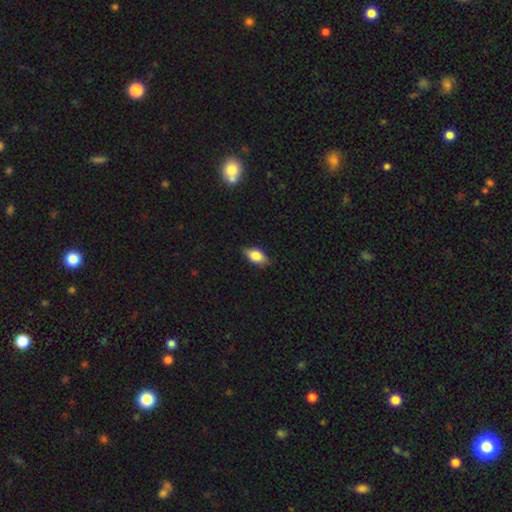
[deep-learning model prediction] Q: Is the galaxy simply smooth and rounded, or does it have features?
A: smooth — 77%.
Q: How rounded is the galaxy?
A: in between — 86%.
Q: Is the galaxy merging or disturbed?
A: none — 76%.